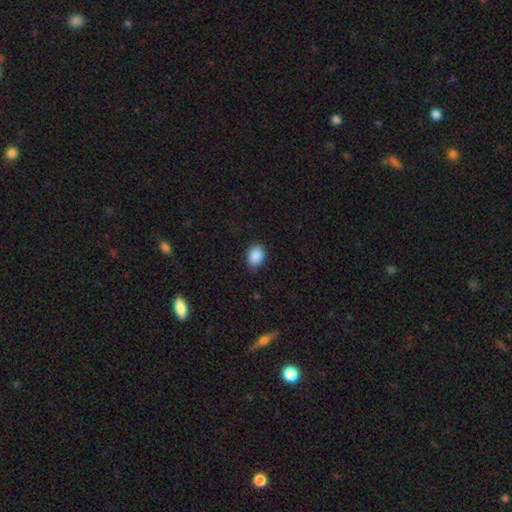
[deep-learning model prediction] smooth_or_featured: smooth (p=0.89) [alt: star or artifact p=0.08]
how_rounded: in between (p=0.69) [alt: round p=0.30]
merging: none (p=0.85) [alt: minor disturbance p=0.12]